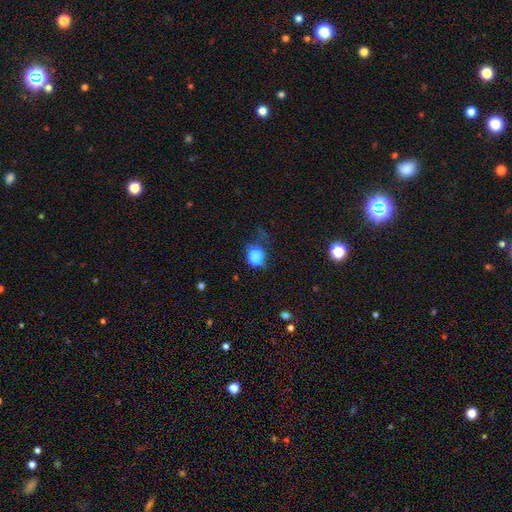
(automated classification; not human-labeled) This is clearly a smooth galaxy (80%). How rounded: likely round (66%). Merging: possibly none (47%).